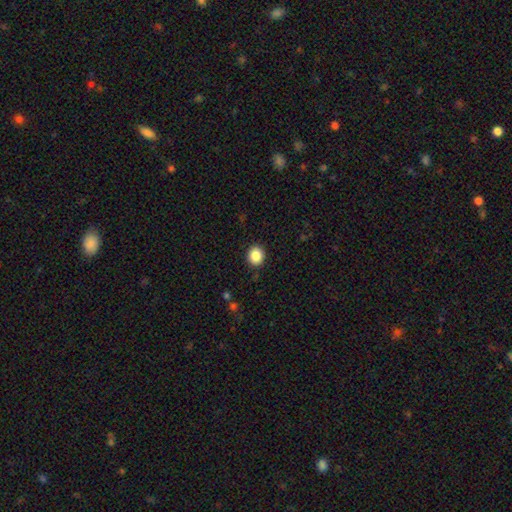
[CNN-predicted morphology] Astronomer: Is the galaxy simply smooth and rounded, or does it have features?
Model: smooth — 87%.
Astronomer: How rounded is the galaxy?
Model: round — 77%.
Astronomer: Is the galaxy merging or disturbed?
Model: none — 91%.